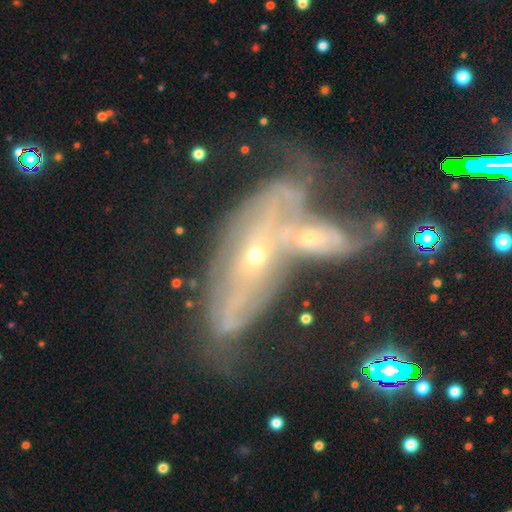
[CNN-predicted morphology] Q: Smooth or featured?
A: featured or disk (71%); runner-up: smooth (16%)
Q: Edge-on disk?
A: no (76%); runner-up: yes (24%)
Q: Bar?
A: no (72%); runner-up: weak (18%)
Q: Spiral arms?
A: yes (64%); runner-up: no (36%)
Q: Bulge size?
A: small (71%); runner-up: moderate (24%)
Q: Merging?
A: merger (52%); runner-up: none (22%)